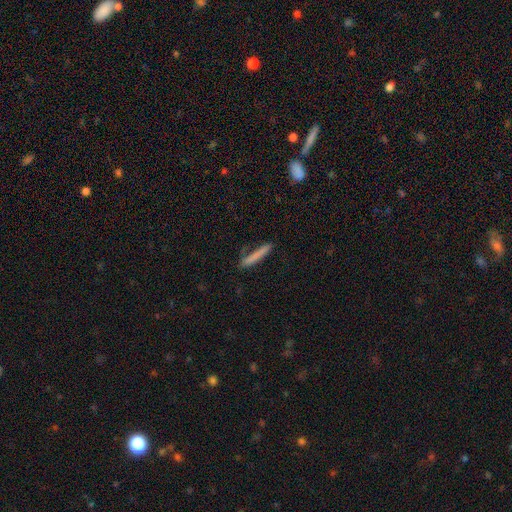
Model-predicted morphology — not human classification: smooth_or_featured: smooth (p=0.75) [alt: featured or disk p=0.18]
how_rounded: cigar-shaped (p=0.94) [alt: in between p=0.04]
merging: none (p=0.77) [alt: minor disturbance p=0.15]